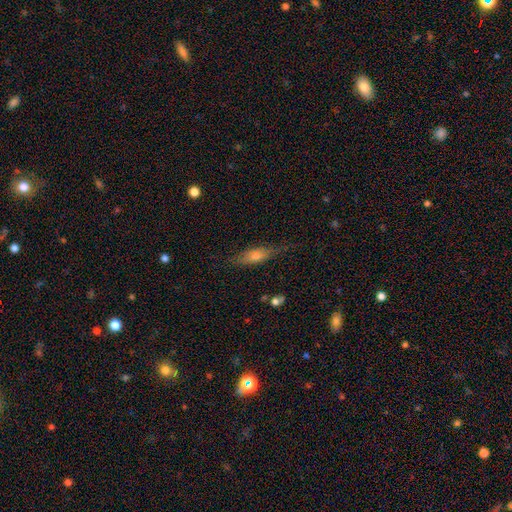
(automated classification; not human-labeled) Smooth or featured: smooth — 47% (featured or disk — 44%)
Merging: none — 72% (minor disturbance — 20%)